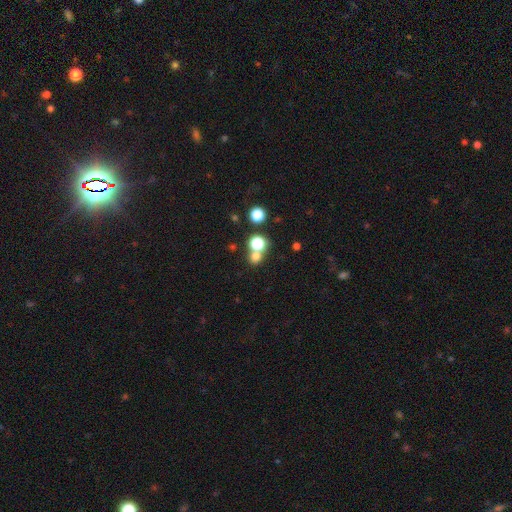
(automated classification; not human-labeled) smooth_or_featured: smooth (p=0.69) [alt: star or artifact p=0.22]
how_rounded: round (p=0.83) [alt: in between p=0.16]
merging: none (p=0.57) [alt: merger p=0.33]